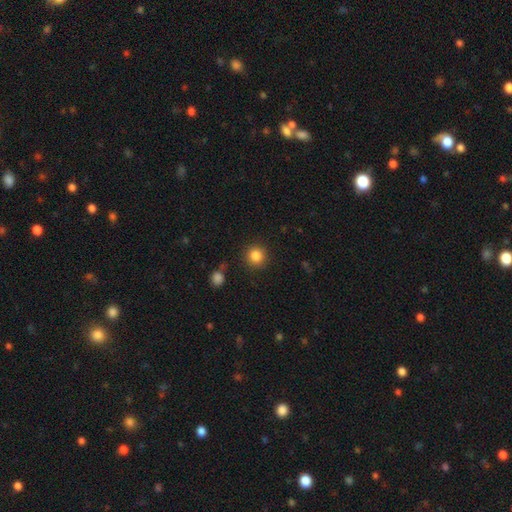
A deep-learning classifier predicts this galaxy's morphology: type=smooth (85%); roundness=round (93%); merging=none (88%).